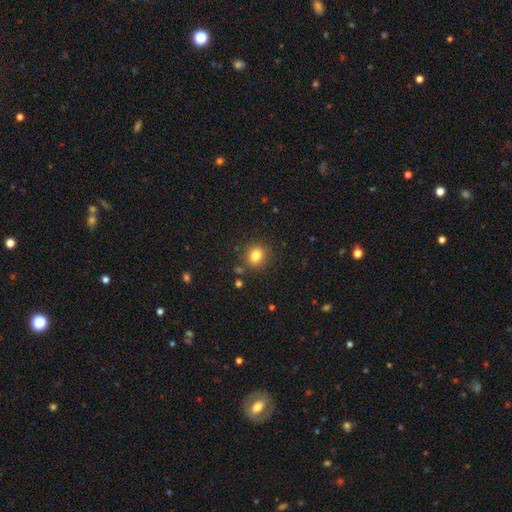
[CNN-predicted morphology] Q: Smooth or featured?
A: smooth (81%); runner-up: star or artifact (12%)
Q: How rounded?
A: round (76%); runner-up: in between (23%)
Q: Merging?
A: none (85%); runner-up: minor disturbance (9%)